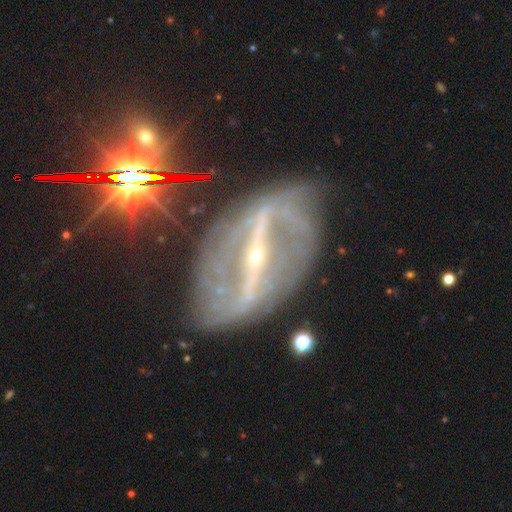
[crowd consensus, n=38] A featured or disk galaxy (89%) with a strong bar (83%), 2 (59%) medium (45%) spiral arms (76%) and a small central bulge (86%). Merging: none (66%).